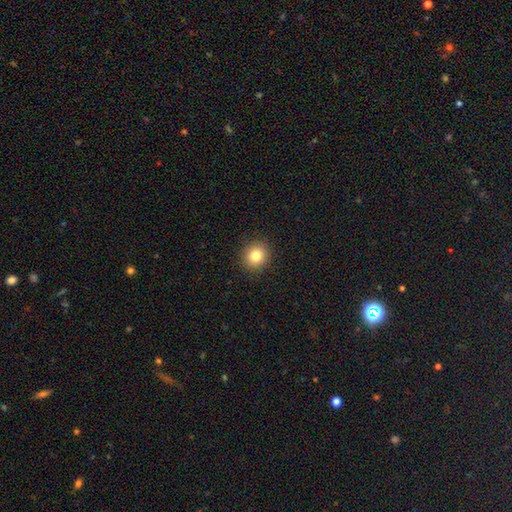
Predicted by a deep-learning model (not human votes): Smooth or featured? Predicted: smooth (p=0.82). How rounded? Predicted: round (p=0.84). Merging? Predicted: none (p=0.92).